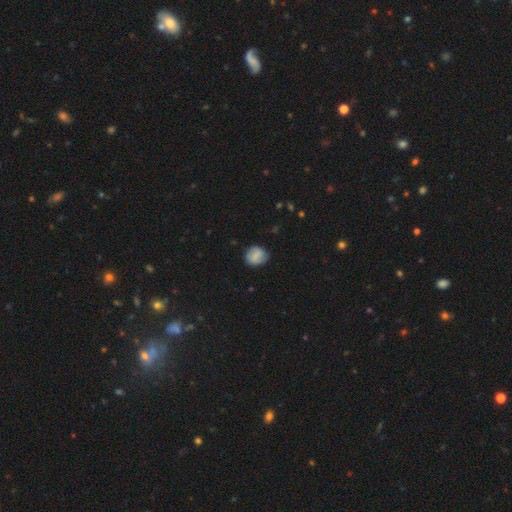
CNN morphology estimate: smooth 79%, featured or disk 13%, star or artifact 8%. Down the decision tree: how rounded — round (78%); merging — none (80%).